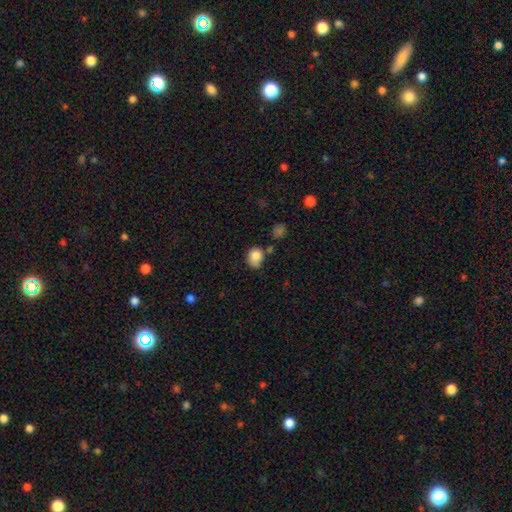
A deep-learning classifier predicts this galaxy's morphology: type=smooth (83%); roundness=round (62%); merging=none (54%).